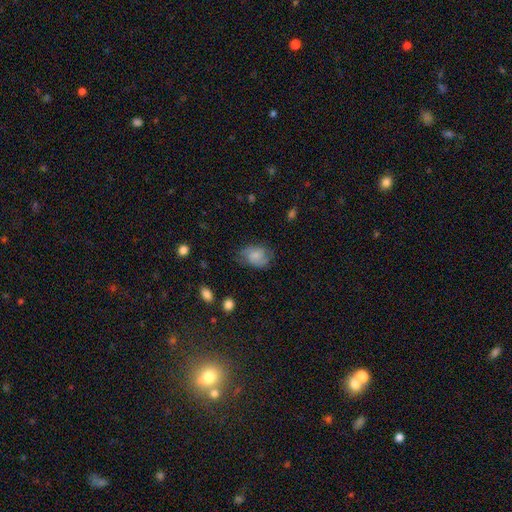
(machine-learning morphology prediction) Smooth or featured? Predicted: smooth (p=0.62). How rounded? Predicted: in between (p=0.73). Merging? Predicted: none (p=0.61).